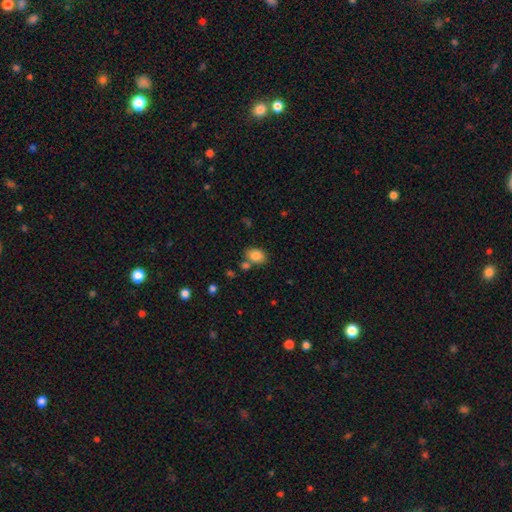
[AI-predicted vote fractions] Overall: smooth (84%). How rounded: in between (71%). Merging: none (66%).